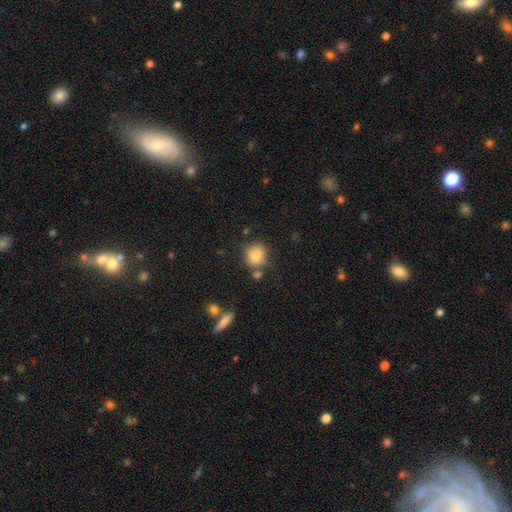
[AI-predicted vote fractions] Smooth or featured? smooth (79%)
How rounded? round (83%)
Merging? none (69%)